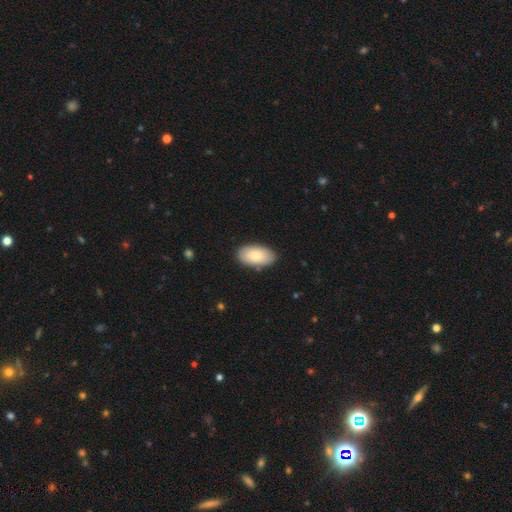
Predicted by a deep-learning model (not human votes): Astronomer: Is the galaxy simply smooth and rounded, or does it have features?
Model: smooth — 83%.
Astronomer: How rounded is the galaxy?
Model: in between — 95%.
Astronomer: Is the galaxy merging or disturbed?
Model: none — 85%.